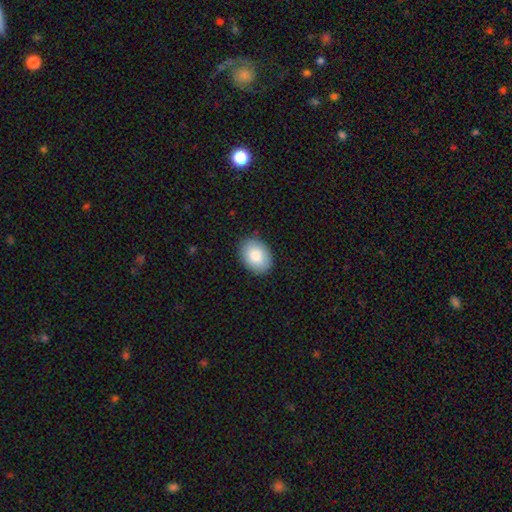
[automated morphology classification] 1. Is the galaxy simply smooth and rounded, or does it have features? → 84% smooth, 10% featured or disk, 7% star or artifact.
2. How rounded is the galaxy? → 76% in between, 23% round, 1% cigar-shaped.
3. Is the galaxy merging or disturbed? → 87% none, 10% minor disturbance, 2% major disturbance, 1% merger.